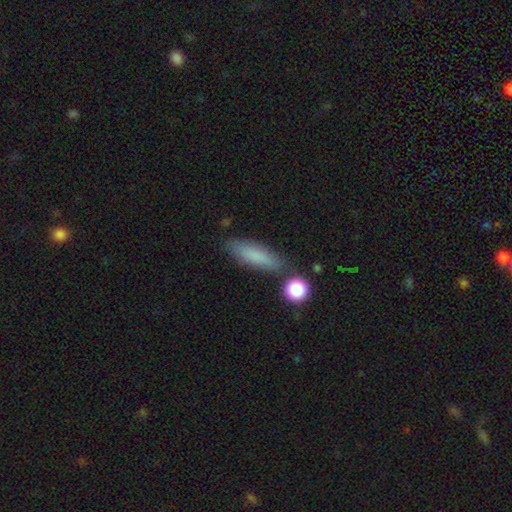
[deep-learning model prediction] Smooth or featured: smooth — 81% (featured or disk — 12%)
How rounded: cigar-shaped — 54% (in between — 44%)
Merging: none — 78% (minor disturbance — 14%)